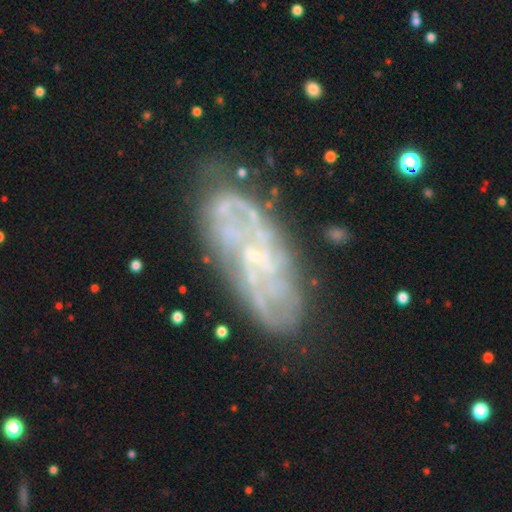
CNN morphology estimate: Smooth or featured? featured or disk (77%)
Edge-on disk? no (90%)
Bar? no (61%)
Spiral arms? yes (77%)
Spiral winding? tight (50%)
Spiral arm count? can't tell (52%)
Bulge size? small (69%)
Merging? none (72%)